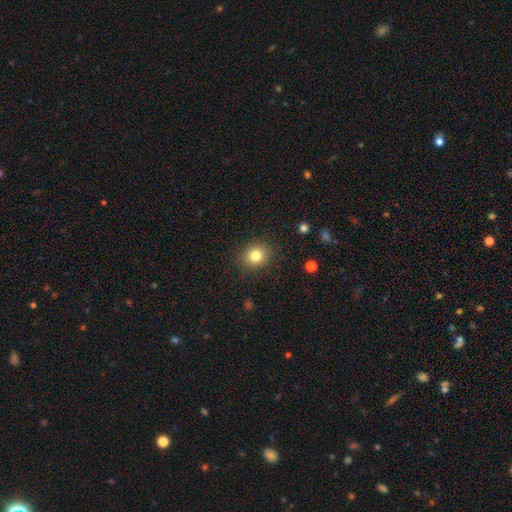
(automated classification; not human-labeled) smooth-or-featured: smooth: 81% | star or artifact: 11% | featured or disk: 8%
  how-rounded: round: 72% | in between: 27% | cigar-shaped: 1%
  merging: none: 88% | minor disturbance: 8% | major disturbance: 3% | merger: 1%